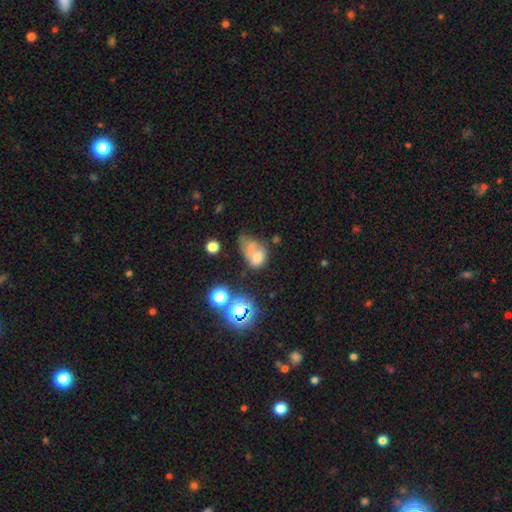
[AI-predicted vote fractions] This is possibly a smooth galaxy (59%). How rounded: likely in between (73%). Merging: marginally major disturbance (32%).